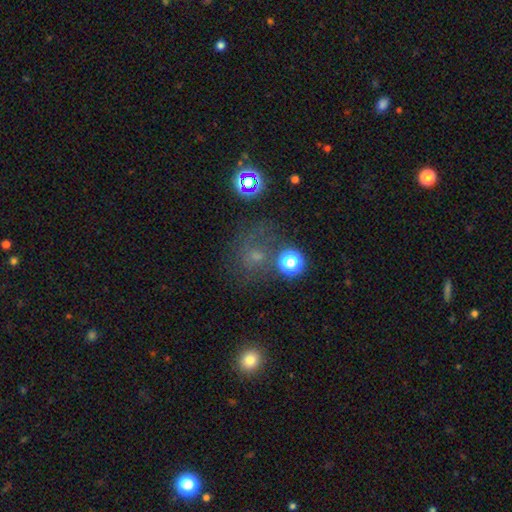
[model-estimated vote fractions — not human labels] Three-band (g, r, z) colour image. It shows a smooth galaxy with no disk features (52%) that is round (75%). Merging: none (54%).